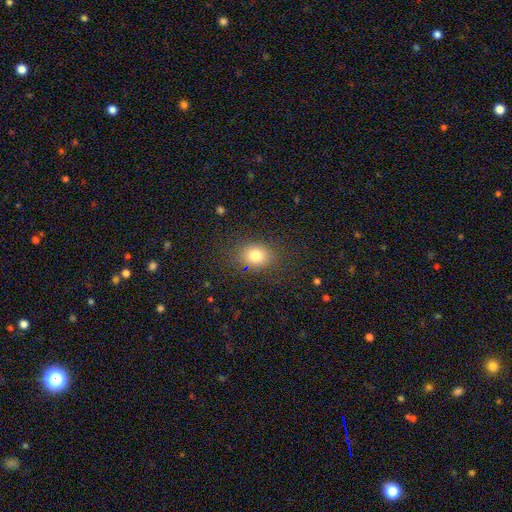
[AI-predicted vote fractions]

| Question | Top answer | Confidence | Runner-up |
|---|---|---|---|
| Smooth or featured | smooth | 80% | star or artifact (12%) |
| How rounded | in between | 51% | round (47%) |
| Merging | none | 83% | minor disturbance (11%) |